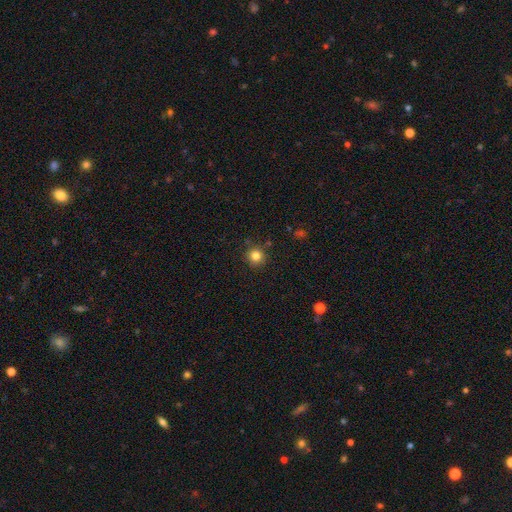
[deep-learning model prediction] smooth-or-featured: smooth: 82% | star or artifact: 12% | featured or disk: 5%
  how-rounded: round: 93% | in between: 6% | cigar-shaped: 1%
  merging: none: 87% | minor disturbance: 8% | merger: 2% | major disturbance: 2%